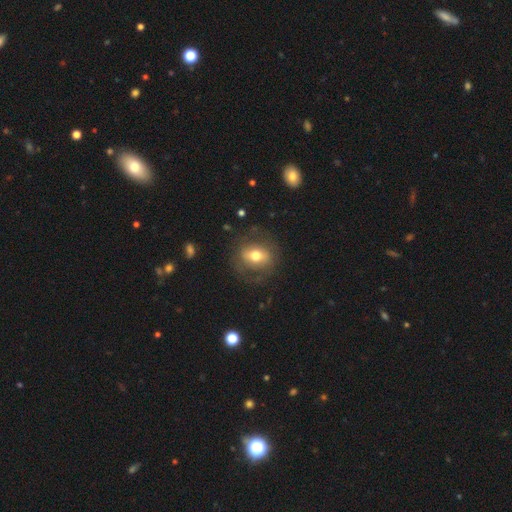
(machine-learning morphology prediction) Q: Smooth or featured?
A: smooth (54%); runner-up: featured or disk (38%)
Q: How rounded?
A: round (58%); runner-up: in between (40%)
Q: Merging?
A: none (75%); runner-up: minor disturbance (15%)